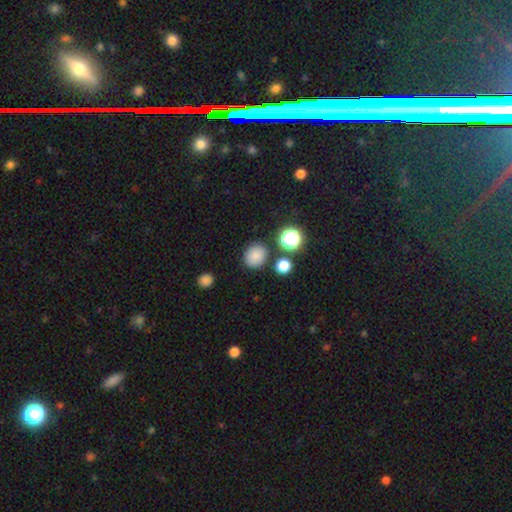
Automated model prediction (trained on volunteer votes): A smooth galaxy with no disk features (81%) that is round (71%). Merging: none (81%).